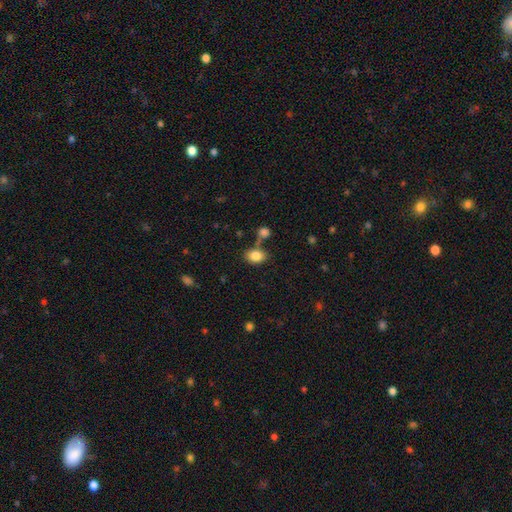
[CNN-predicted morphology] A smooth galaxy with no disk features (84%) that is in between round and cigar-shaped (77%). Merging: none (59%).